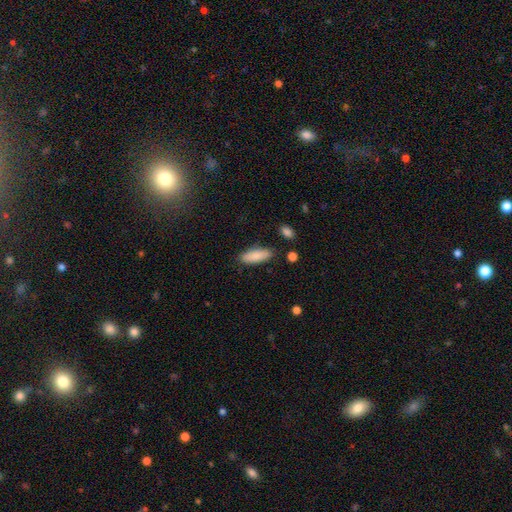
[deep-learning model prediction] The model was most divided on "how rounded": in between: 65%, cigar-shaped: 33%, round: 2%. More confident: smooth or featured — smooth (87%); merging — none (85%).